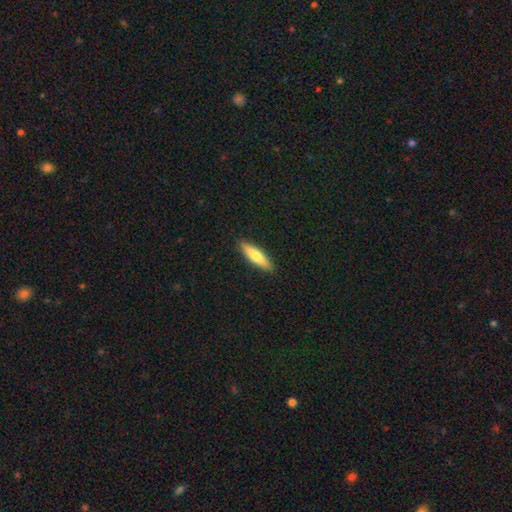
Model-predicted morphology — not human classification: Smooth or featured: smooth — 74% (featured or disk — 21%)
How rounded: cigar-shaped — 71% (in between — 28%)
Merging: none — 89% (minor disturbance — 8%)